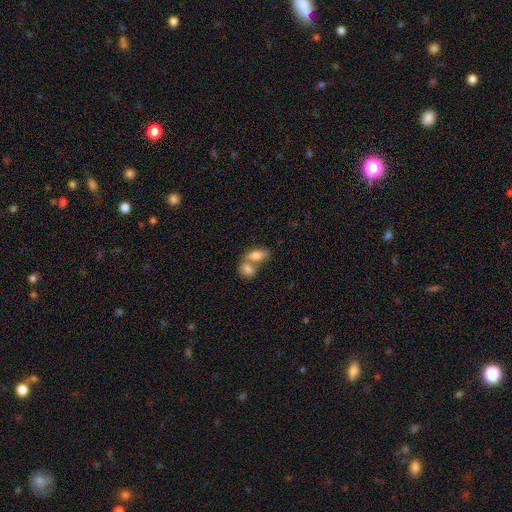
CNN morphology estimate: Overall: smooth (79%). How rounded: in between (86%). Merging: merger (62%; none 26%).